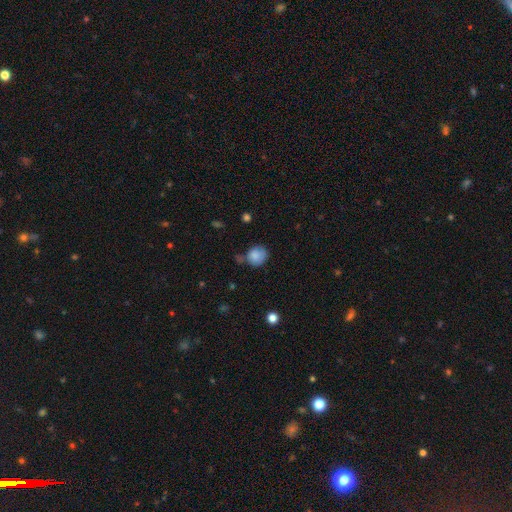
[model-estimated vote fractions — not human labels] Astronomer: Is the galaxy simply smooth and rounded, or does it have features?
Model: smooth — 85%.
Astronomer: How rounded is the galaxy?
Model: round — 75%.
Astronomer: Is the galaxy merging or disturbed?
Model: none — 59%.